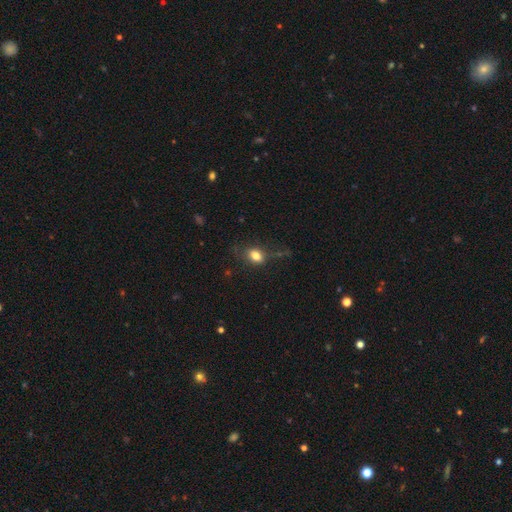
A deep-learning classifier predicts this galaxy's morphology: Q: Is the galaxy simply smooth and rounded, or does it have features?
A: smooth — 78%.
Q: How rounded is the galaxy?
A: in between — 74%.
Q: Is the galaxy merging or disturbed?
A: none — 61%.